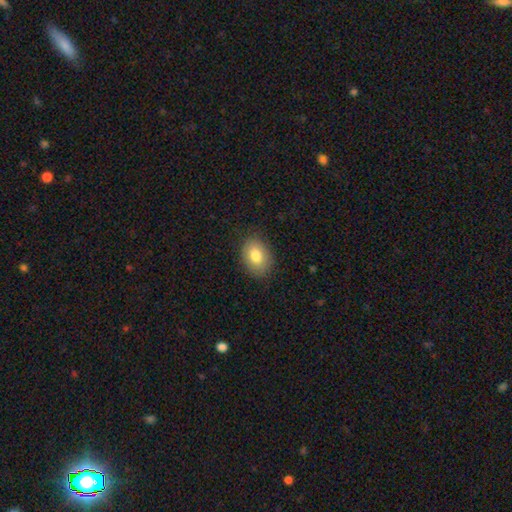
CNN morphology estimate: This is clearly a smooth galaxy (81%). How rounded: likely in between (80%). Merging: clearly none (85%).